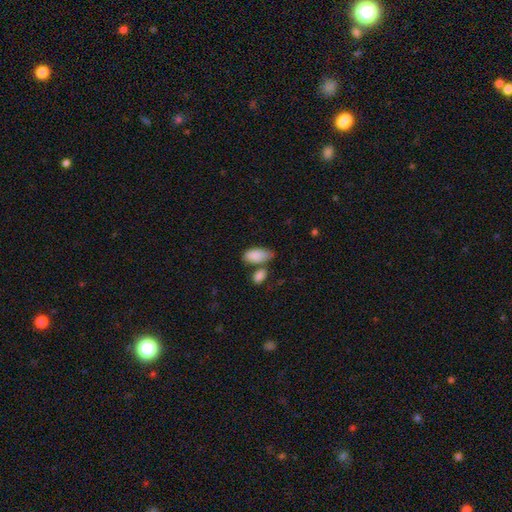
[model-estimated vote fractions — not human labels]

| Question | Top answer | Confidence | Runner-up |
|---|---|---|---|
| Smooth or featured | smooth | 87% | featured or disk (7%) |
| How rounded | in between | 93% | cigar-shaped (4%) |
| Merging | none | 47% | merger (26%) |